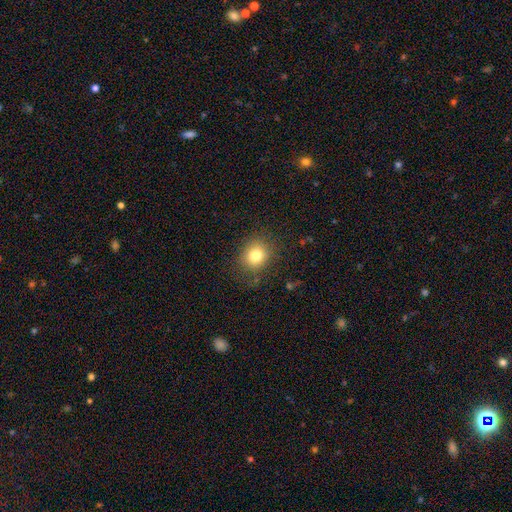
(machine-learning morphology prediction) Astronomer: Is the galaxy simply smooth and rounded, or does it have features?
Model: smooth — 79%.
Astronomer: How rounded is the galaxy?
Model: round — 75%.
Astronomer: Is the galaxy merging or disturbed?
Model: none — 81%.